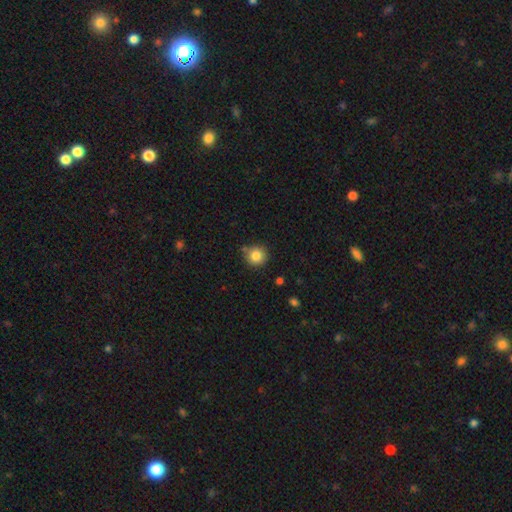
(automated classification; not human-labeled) smooth_or_featured: smooth (p=0.83) [alt: star or artifact p=0.11]
how_rounded: round (p=0.93) [alt: in between p=0.06]
merging: none (p=0.78) [alt: minor disturbance p=0.14]